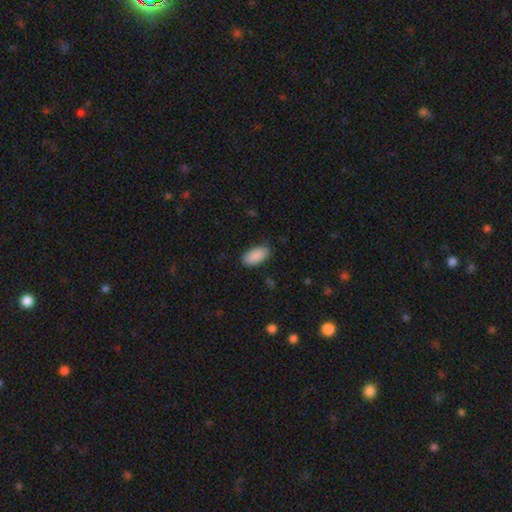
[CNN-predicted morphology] This appears to be a smooth galaxy with no disk features (90%) that is in between round and cigar-shaped (94%). Merging: none (82%).